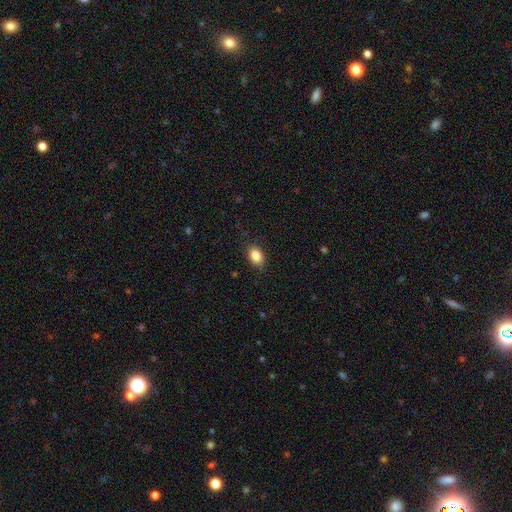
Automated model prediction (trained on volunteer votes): A smooth galaxy with no disk features (87%) that is in between round and cigar-shaped (85%).

Vote fractions:
- Smooth or featured? smooth: 87% / star or artifact: 8% / featured or disk: 5%
- How rounded? in between: 85% / round: 14% / cigar-shaped: 1%
- Merging? none: 86% / minor disturbance: 11% / major disturbance: 3% / merger: 1%